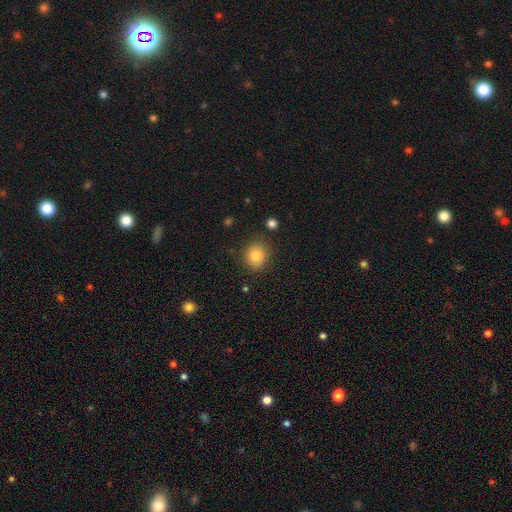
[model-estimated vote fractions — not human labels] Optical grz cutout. It shows a smooth galaxy with no disk features (84%) that is round (72%). Merging: none (82%).